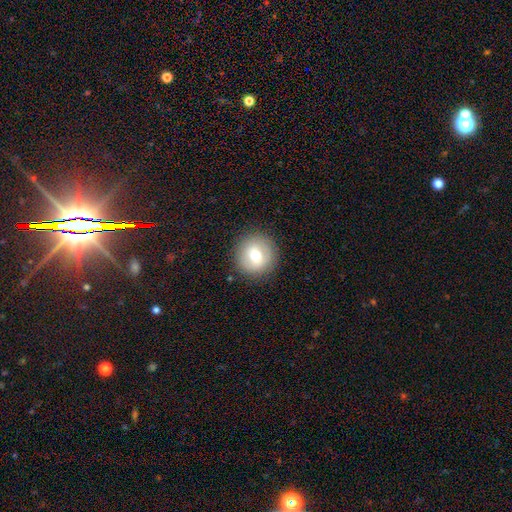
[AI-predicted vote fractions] Smooth or featured? Predicted: smooth (p=0.68). How rounded? Predicted: round (p=0.93). Merging? Predicted: none (p=0.89).